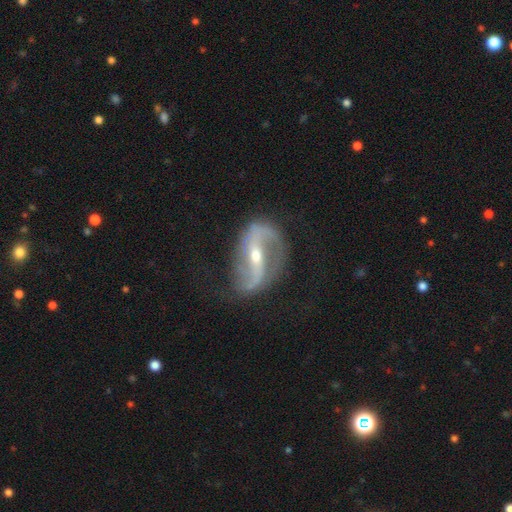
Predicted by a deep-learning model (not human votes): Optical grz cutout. It shows a featured or disk galaxy (90%) with a strong bar (54%), 2 (92%) loose (64%) spiral arms (96%) and a small central bulge (53%). Merging: none (72%).